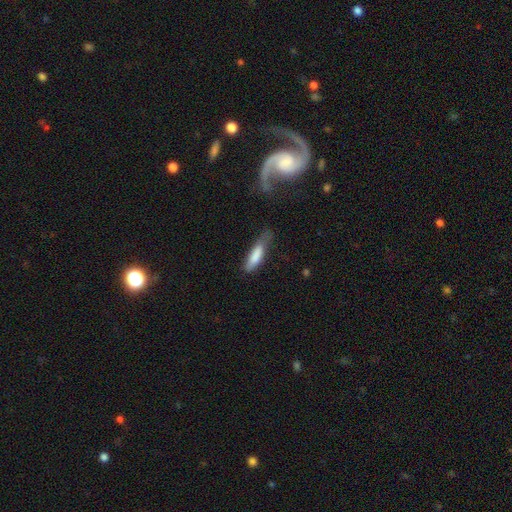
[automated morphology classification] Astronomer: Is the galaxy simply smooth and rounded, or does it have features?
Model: smooth — 81%.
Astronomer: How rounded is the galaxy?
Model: cigar-shaped — 66%.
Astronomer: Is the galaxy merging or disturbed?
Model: none — 42% (runner-up: minor disturbance, 38%).